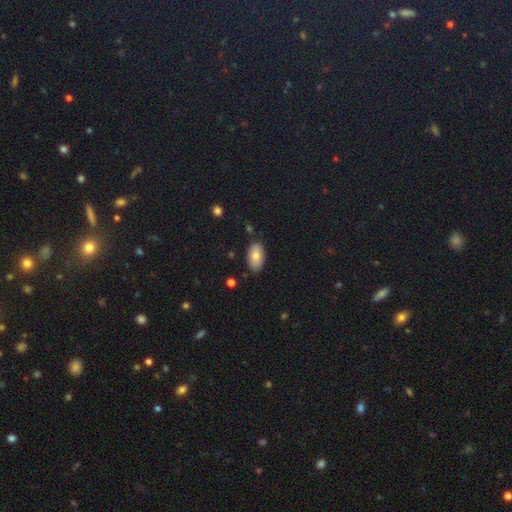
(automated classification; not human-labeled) smooth-or-featured: smooth: 79% | featured or disk: 14% | star or artifact: 8%
  how-rounded: in between: 94% | round: 4% | cigar-shaped: 2%
  merging: none: 84% | minor disturbance: 12% | major disturbance: 2% | merger: 2%